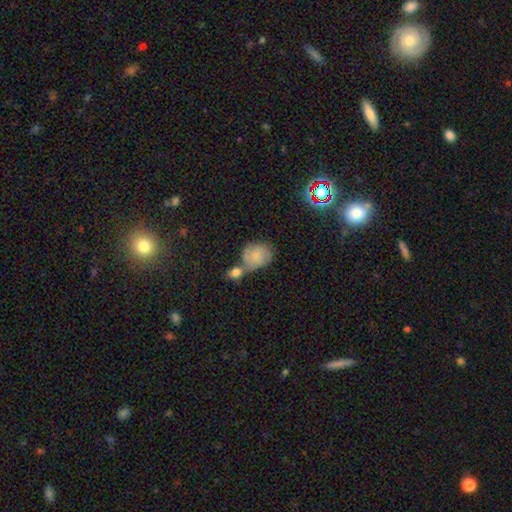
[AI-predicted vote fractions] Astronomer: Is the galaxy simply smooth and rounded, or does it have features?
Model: smooth — 66%.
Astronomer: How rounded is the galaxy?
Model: round — 55% (runner-up: in between, 44%).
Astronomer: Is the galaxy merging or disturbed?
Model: merger — 39% (runner-up: none, 35%).